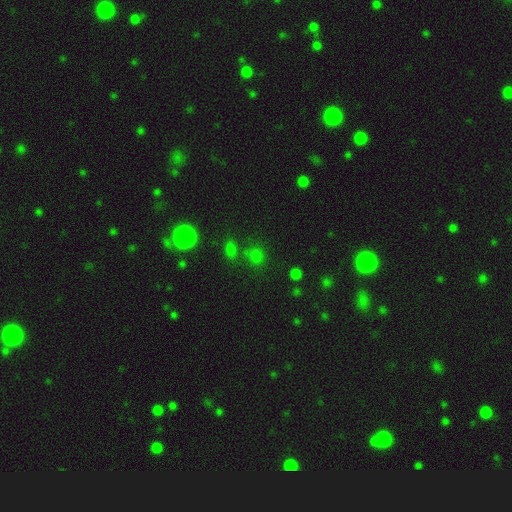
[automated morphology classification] Smooth or featured? Predicted: smooth (p=0.63). How rounded? Predicted: round (p=0.81). Merging? Predicted: none (p=0.69).